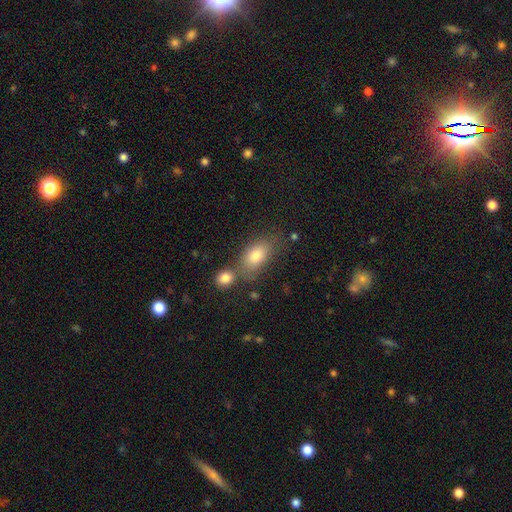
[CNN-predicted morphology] This is likely a smooth galaxy (79%). How rounded: clearly in between (86%). Merging: possibly none (54%).